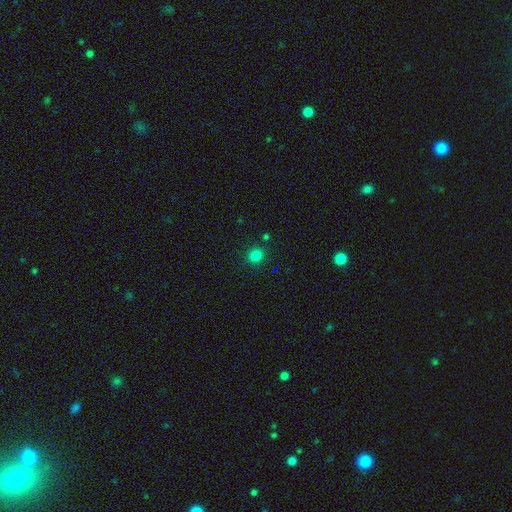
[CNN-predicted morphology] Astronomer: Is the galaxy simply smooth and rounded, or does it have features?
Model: smooth — 81%.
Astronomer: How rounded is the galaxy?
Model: round — 83%.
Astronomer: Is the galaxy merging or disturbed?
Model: none — 87%.